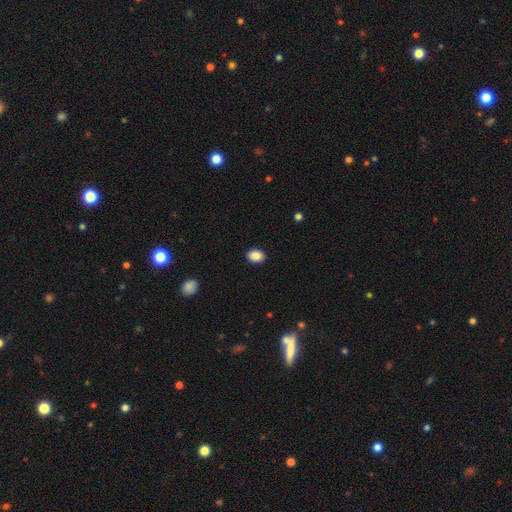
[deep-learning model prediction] smooth-or-featured: smooth: 89% | star or artifact: 8% | featured or disk: 3%
  how-rounded: in between: 73% | round: 26% | cigar-shaped: 1%
  merging: none: 90% | minor disturbance: 7% | major disturbance: 2% | merger: 1%